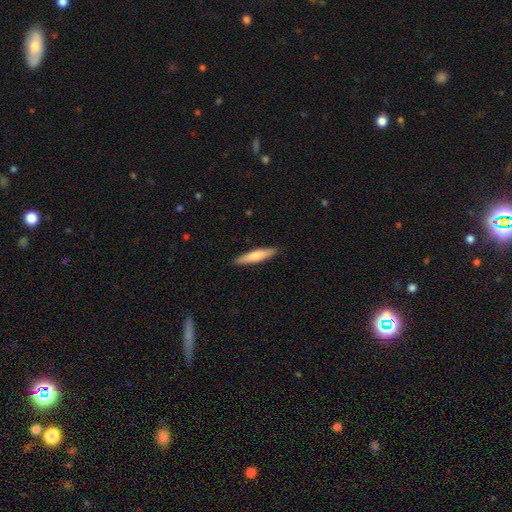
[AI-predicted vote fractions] Smooth or featured? smooth (64%)
How rounded? cigar-shaped (87%)
Merging? none (91%)